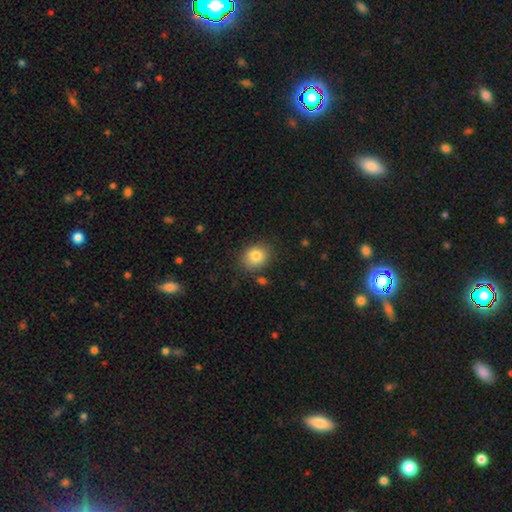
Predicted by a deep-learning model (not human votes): Smooth or featured? Predicted: smooth (p=0.84). How rounded? Predicted: round (p=0.51). Merging? Predicted: none (p=0.81).